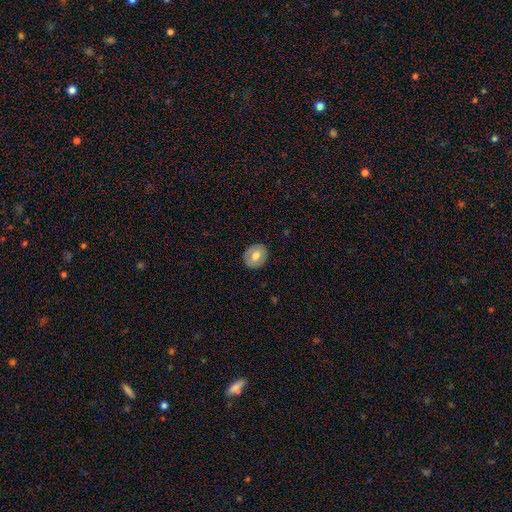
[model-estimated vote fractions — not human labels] smooth-or-featured: smooth: 68% | featured or disk: 25% | star or artifact: 7%
  how-rounded: round: 59% | in between: 40% | cigar-shaped: 1%
  merging: none: 87% | minor disturbance: 9% | major disturbance: 2% | merger: 1%